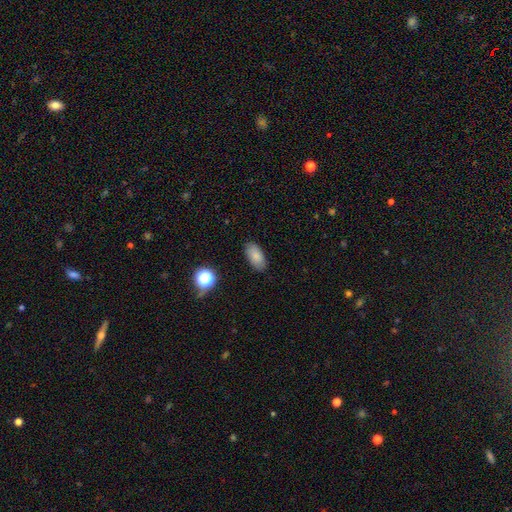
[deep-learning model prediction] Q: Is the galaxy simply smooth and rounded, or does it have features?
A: smooth — 83%.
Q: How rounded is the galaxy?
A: in between — 91%.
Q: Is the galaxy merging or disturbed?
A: none — 86%.